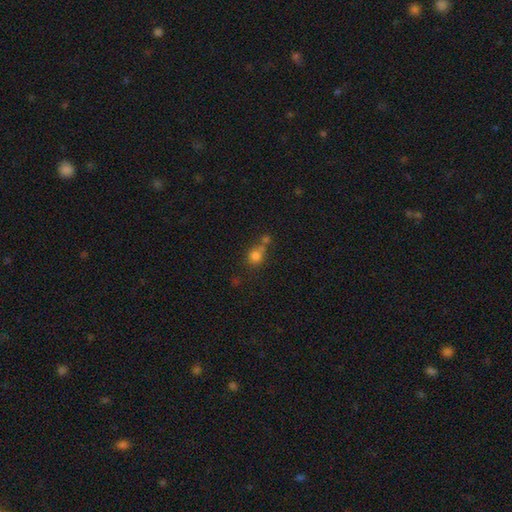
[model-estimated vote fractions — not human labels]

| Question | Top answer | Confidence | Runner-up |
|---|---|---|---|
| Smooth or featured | smooth | 77% | star or artifact (13%) |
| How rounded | round | 78% | in between (20%) |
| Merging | none | 42% | merger (40%) |